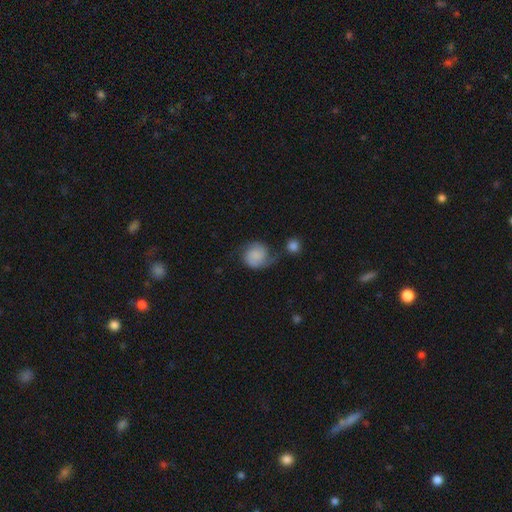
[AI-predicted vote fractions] smooth_or_featured: smooth (p=0.51) [alt: featured or disk p=0.41]
how_rounded: round (p=0.79) [alt: in between p=0.20]
merging: none (p=0.47) [alt: minor disturbance p=0.27]